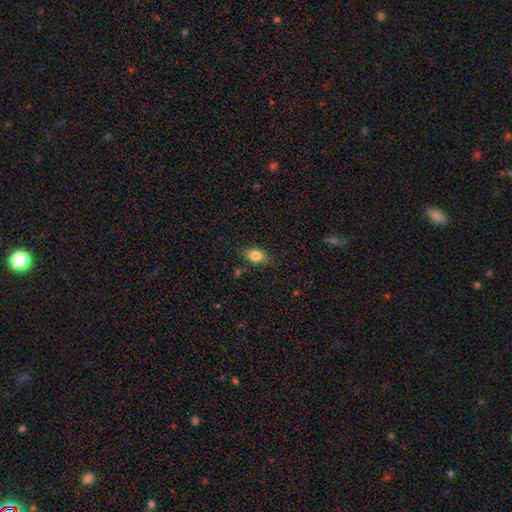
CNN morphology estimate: smooth-or-featured: smooth: 81% | featured or disk: 10% | star or artifact: 9%
  how-rounded: in between: 81% | round: 15% | cigar-shaped: 4%
  merging: none: 80% | minor disturbance: 15% | major disturbance: 3% | merger: 2%